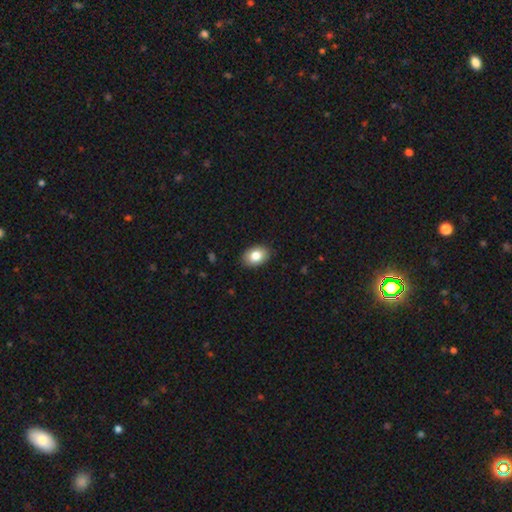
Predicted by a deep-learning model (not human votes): Morphology: type=smooth (82%); roundness=in between (83%); merging=none (89%).